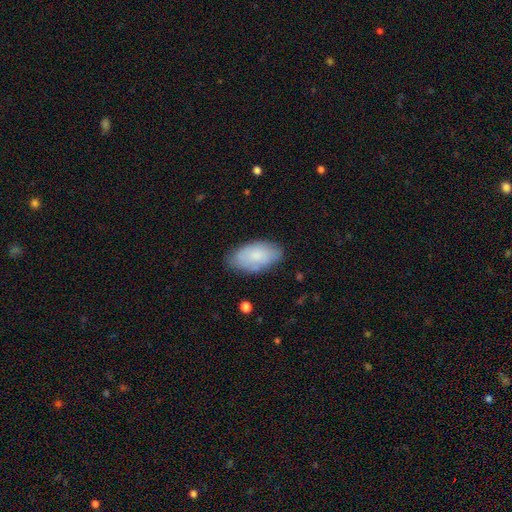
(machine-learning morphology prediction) A smooth galaxy with no disk features (77%) that is in between round and cigar-shaped (95%). Merging: none (76%).